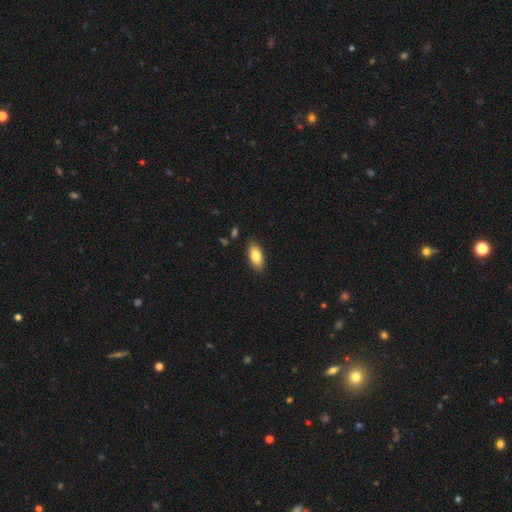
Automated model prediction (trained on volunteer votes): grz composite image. It shows a smooth galaxy with no disk features (84%) that is in between round and cigar-shaped (89%). Merging: none (86%).